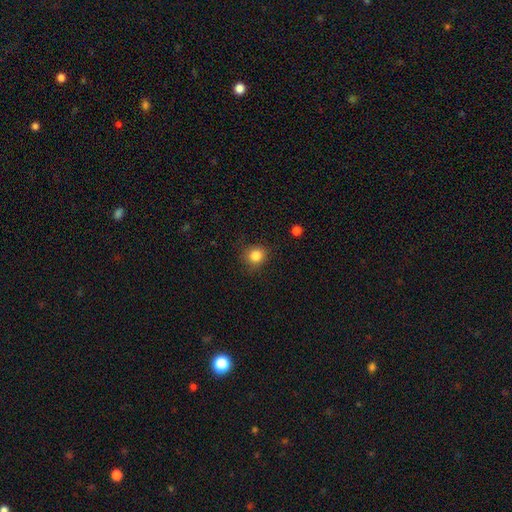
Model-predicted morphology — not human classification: This appears to be a smooth galaxy with no disk features (84%) that is round (86%). Merging: none (85%).